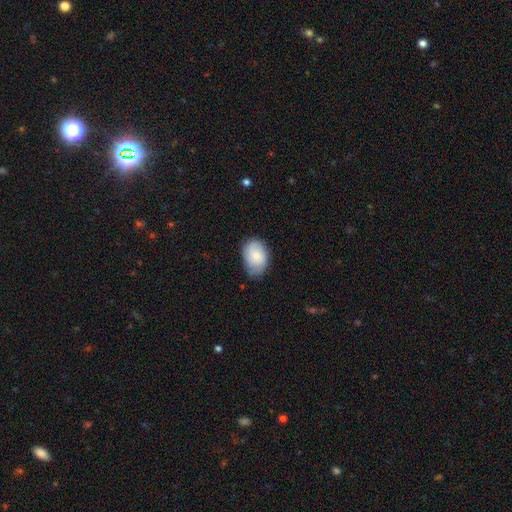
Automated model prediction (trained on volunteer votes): smooth-or-featured: smooth: 70% | featured or disk: 23% | star or artifact: 7%
  how-rounded: in between: 79% | round: 20% | cigar-shaped: 1%
  merging: none: 64% | minor disturbance: 29% | major disturbance: 6% | merger: 1%